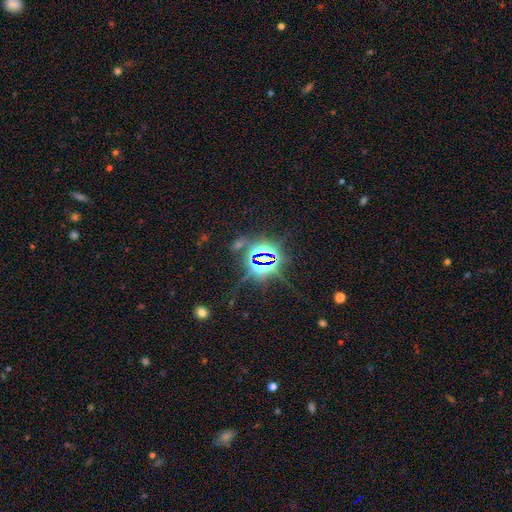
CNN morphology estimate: Smooth or featured?
  - star or artifact: 84% *
  - smooth: 9%
  - featured or disk: 7%